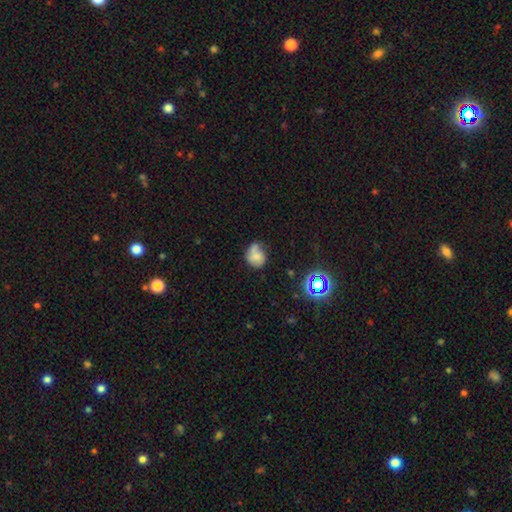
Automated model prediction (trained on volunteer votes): smooth 59%, featured or disk 28%, star or artifact 13%. Down the decision tree: how rounded — round (66%); merging — none (43%).